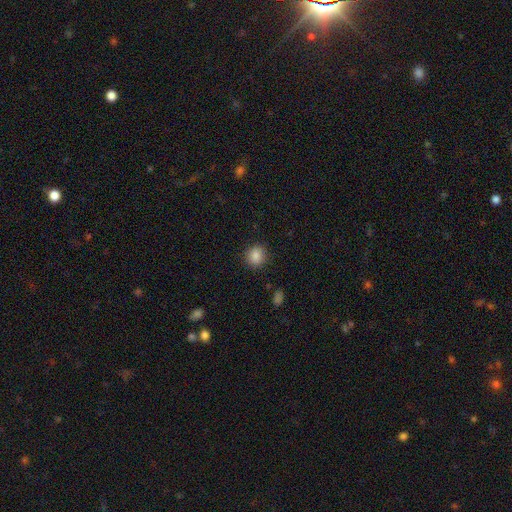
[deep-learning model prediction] A smooth galaxy with no disk features (86%) that is round (81%). Merging: none (88%).